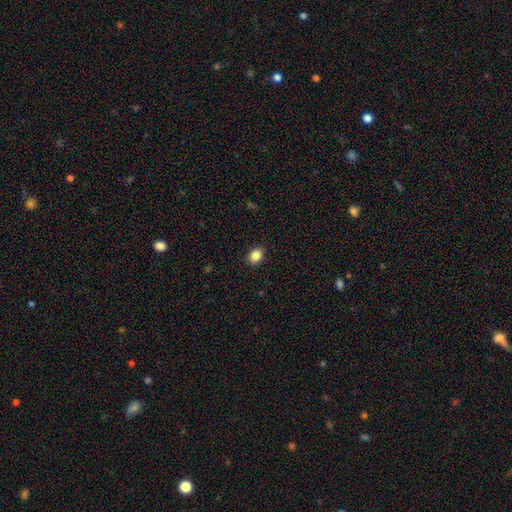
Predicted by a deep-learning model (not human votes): The model was most divided on "how rounded": in between: 60%, round: 39%, cigar-shaped: 1%. More confident: merging — none (89%); smooth or featured — smooth (86%).